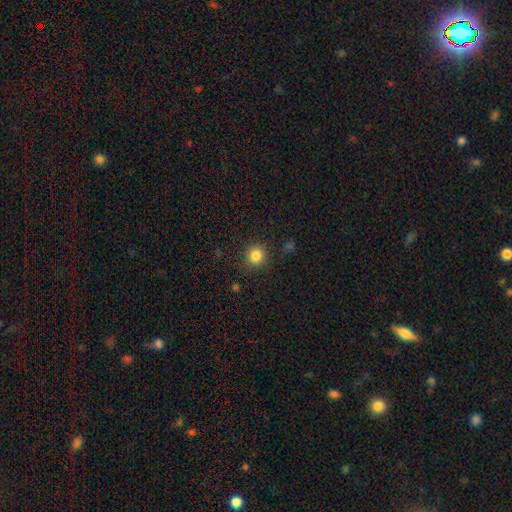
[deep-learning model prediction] A smooth galaxy with no disk features (84%) that is round (91%).

Vote fractions:
- Smooth or featured? smooth: 84% / star or artifact: 11% / featured or disk: 5%
- How rounded? round: 91% / in between: 8% / cigar-shaped: 1%
- Merging? none: 88% / minor disturbance: 8% / major disturbance: 3% / merger: 1%